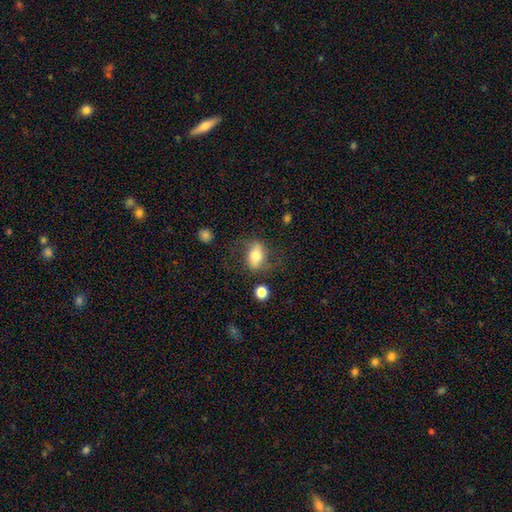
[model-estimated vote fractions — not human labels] Q: Smooth or featured?
A: smooth (60%); runner-up: featured or disk (31%)
Q: How rounded?
A: in between (80%); runner-up: round (17%)
Q: Merging?
A: none (62%); runner-up: minor disturbance (20%)